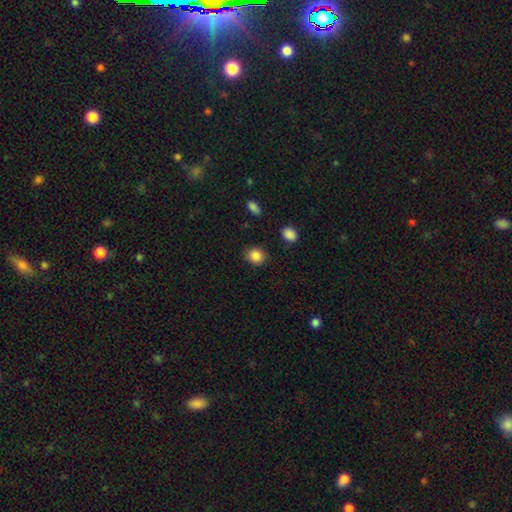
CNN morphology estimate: Smooth or featured? smooth (87%)
How rounded? round (69%)
Merging? none (85%)